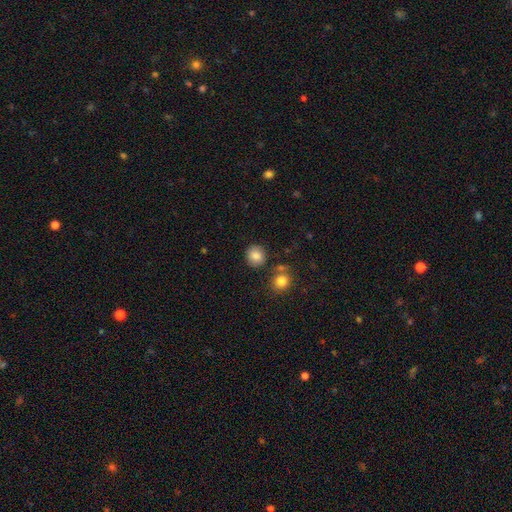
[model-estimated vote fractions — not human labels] Smooth or featured? smooth (85%)
How rounded? round (89%)
Merging? none (84%)